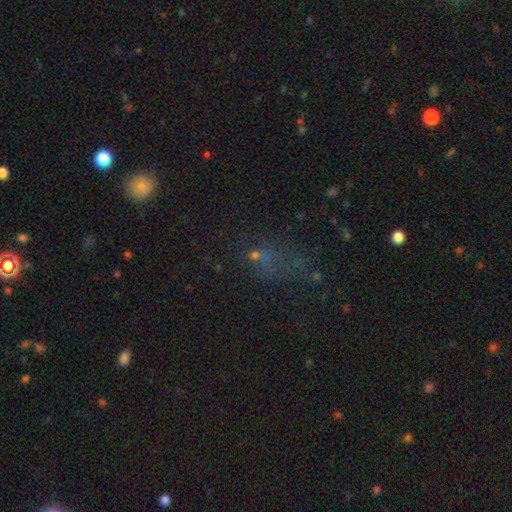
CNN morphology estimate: Smooth or featured? star or artifact (39%)